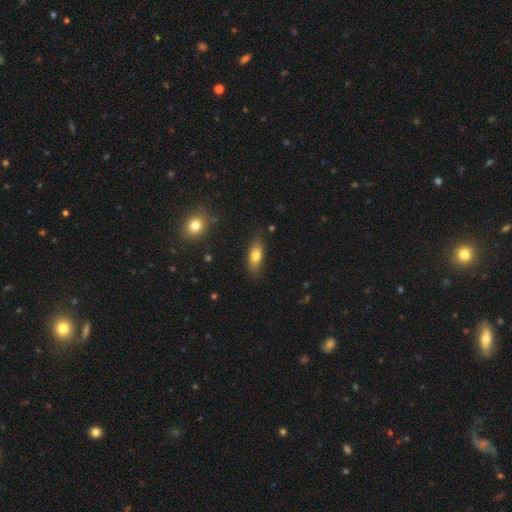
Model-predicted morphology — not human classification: A smooth galaxy with no disk features (74%) that is in between round and cigar-shaped (76%).

Vote fractions:
- Smooth or featured? smooth: 74% / featured or disk: 18% / star or artifact: 8%
- How rounded? in between: 76% / cigar-shaped: 20% / round: 4%
- Merging? none: 81% / minor disturbance: 14% / major disturbance: 3% / merger: 2%